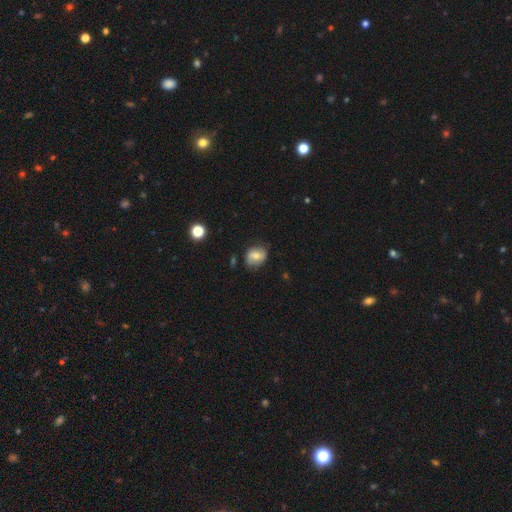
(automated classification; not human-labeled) smooth 59%, featured or disk 32%, star or artifact 9%. Down the decision tree: how rounded — round (51%); merging — none (68%).